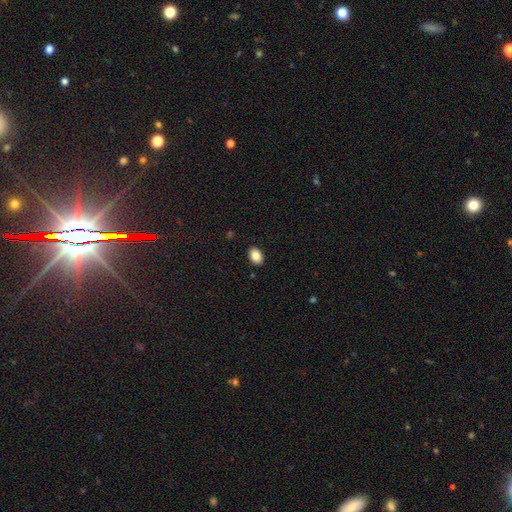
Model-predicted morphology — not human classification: A smooth galaxy with no disk features (87%) that is in between round and cigar-shaped (83%).

Vote fractions:
- Smooth or featured? smooth: 87% / star or artifact: 8% / featured or disk: 5%
- How rounded? in between: 83% / round: 16% / cigar-shaped: 1%
- Merging? none: 90% / minor disturbance: 7% / major disturbance: 2% / merger: 1%